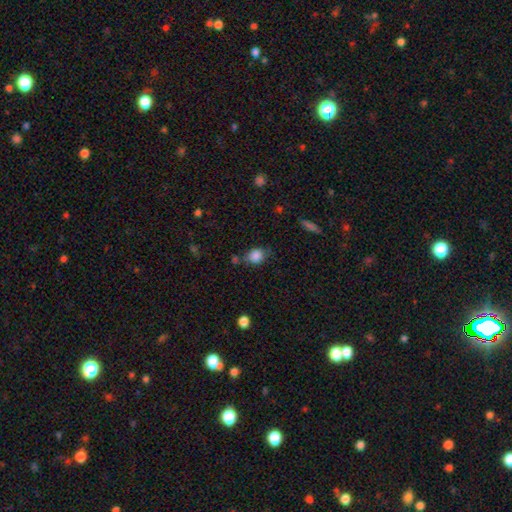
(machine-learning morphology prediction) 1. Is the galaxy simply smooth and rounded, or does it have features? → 85% smooth, 9% star or artifact, 6% featured or disk.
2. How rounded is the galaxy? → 56% round, 43% in between, 1% cigar-shaped.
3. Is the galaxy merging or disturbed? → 62% none, 23% minor disturbance, 8% merger, 7% major disturbance.